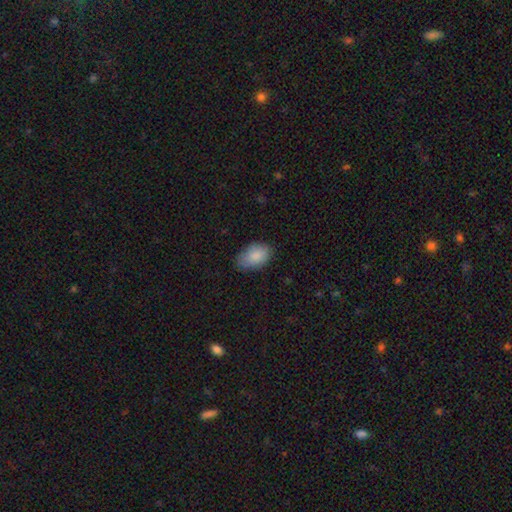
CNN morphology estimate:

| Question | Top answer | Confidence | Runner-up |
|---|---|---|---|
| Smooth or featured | smooth | 87% | featured or disk (7%) |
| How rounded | in between | 92% | round (7%) |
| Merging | none | 75% | minor disturbance (20%) |